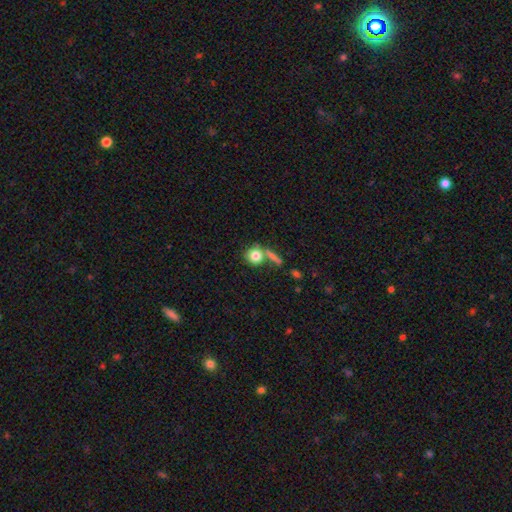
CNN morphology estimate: smooth 80%, featured or disk 11%, star or artifact 9%. Down the decision tree: how rounded — round (84%); merging — none (56%).